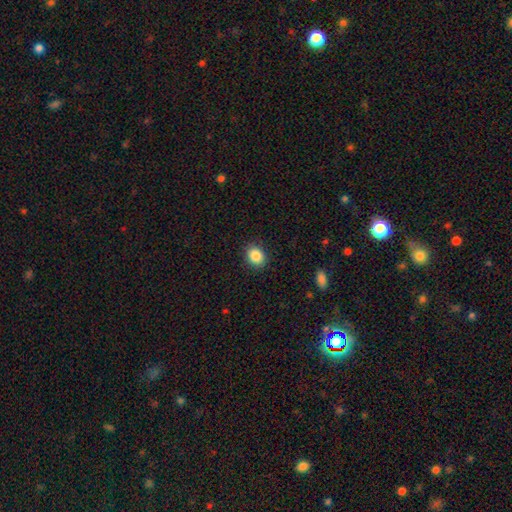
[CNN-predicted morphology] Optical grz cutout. It shows a smooth galaxy with no disk features (87%) that is round (54%). Merging: none (89%).